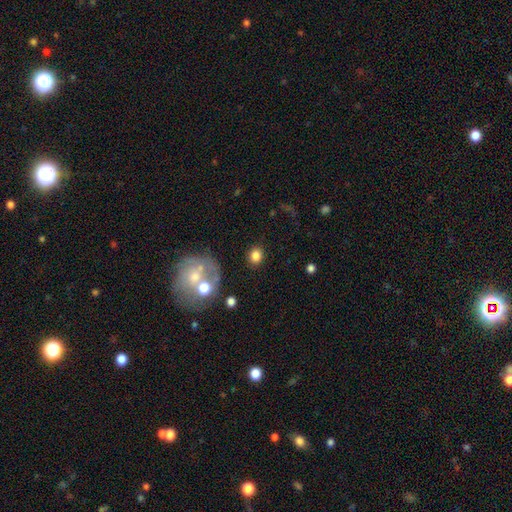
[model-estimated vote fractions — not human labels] Smooth or featured?
  - smooth: 81% *
  - star or artifact: 11%
  - featured or disk: 8%
How rounded?
  - round: 71% *
  - in between: 28%
  - cigar-shaped: 1%
Merging?
  - none: 85% *
  - minor disturbance: 8%
  - major disturbance: 4%
  - merger: 4%